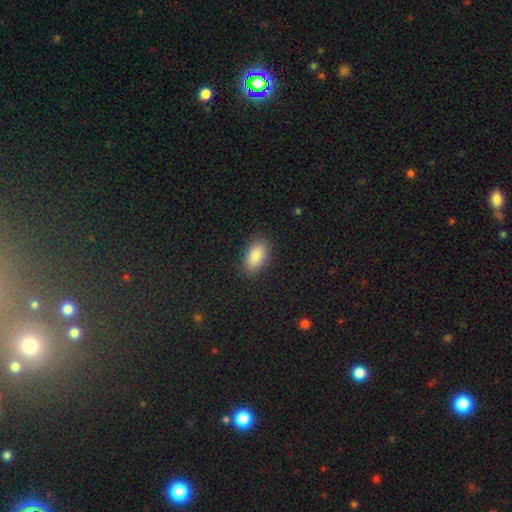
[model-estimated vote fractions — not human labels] Smooth or featured? smooth (87%)
How rounded? in between (93%)
Merging? none (86%)